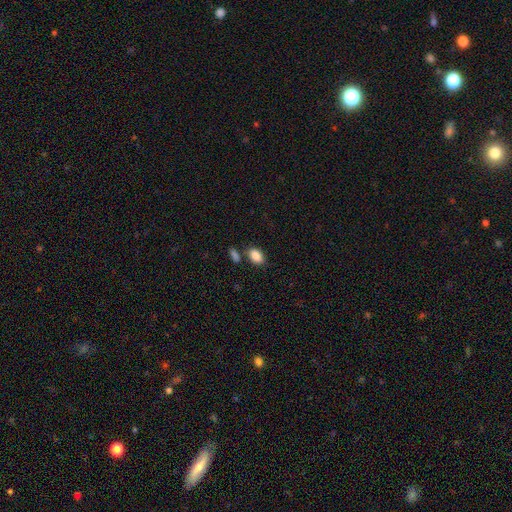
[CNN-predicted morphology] This appears to be a smooth galaxy with no disk features (87%) that is in between round and cigar-shaped (87%). Merging: none (71%).